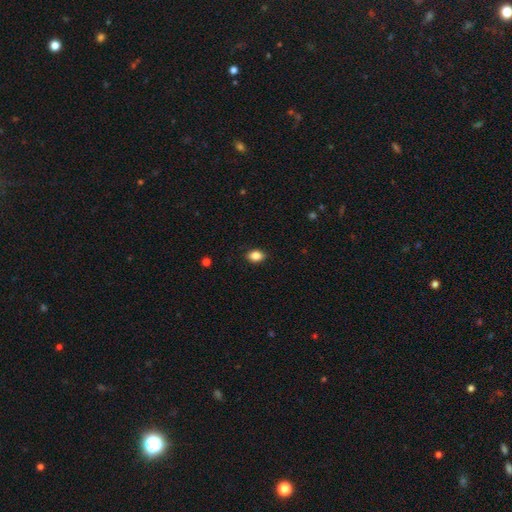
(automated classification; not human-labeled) Morphology: type=smooth (86%); roundness=in between (75%); merging=none (89%).